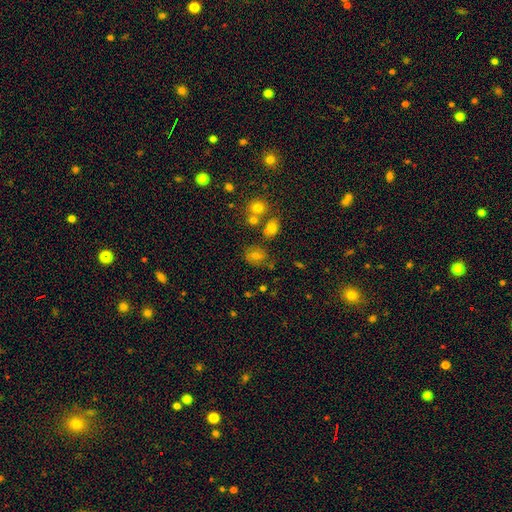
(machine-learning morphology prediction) Smooth or featured: smooth — 56% (star or artifact — 22%)
How rounded: round — 53% (in between — 46%)
Merging: none — 67% (minor disturbance — 17%)